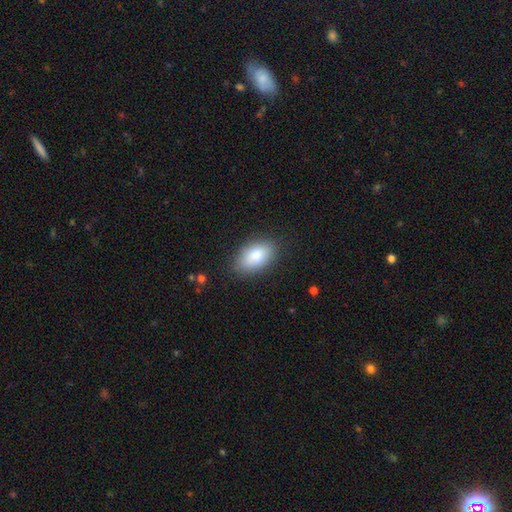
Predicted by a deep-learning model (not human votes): Smooth or featured? smooth (86%)
How rounded? in between (93%)
Merging? none (84%)